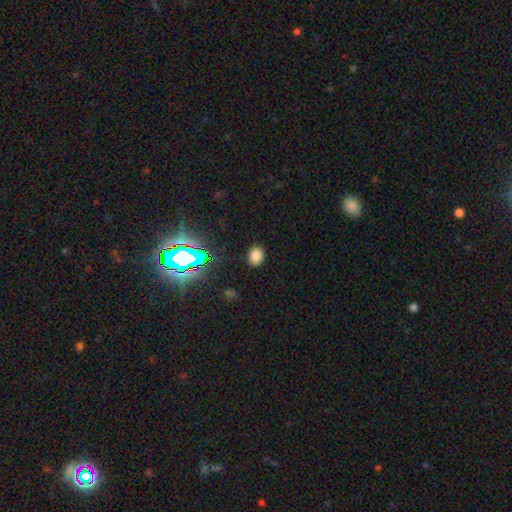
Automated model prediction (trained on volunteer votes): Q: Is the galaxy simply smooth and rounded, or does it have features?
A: smooth — 77%.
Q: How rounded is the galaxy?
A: in between — 56%.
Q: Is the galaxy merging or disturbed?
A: none — 87%.